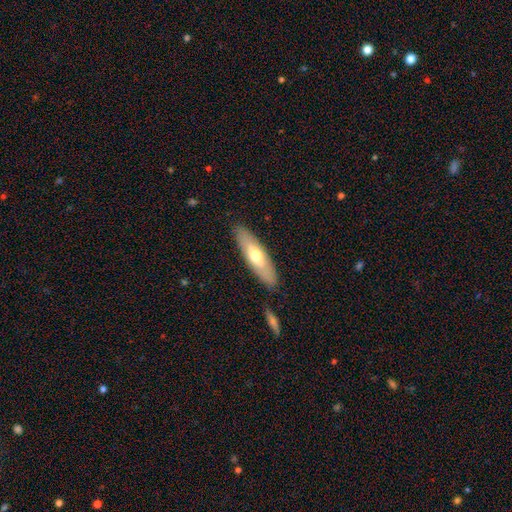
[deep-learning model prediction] smooth 58%, featured or disk 36%, star or artifact 6%. Down the decision tree: how rounded — cigar-shaped (53%); merging — none (86%).